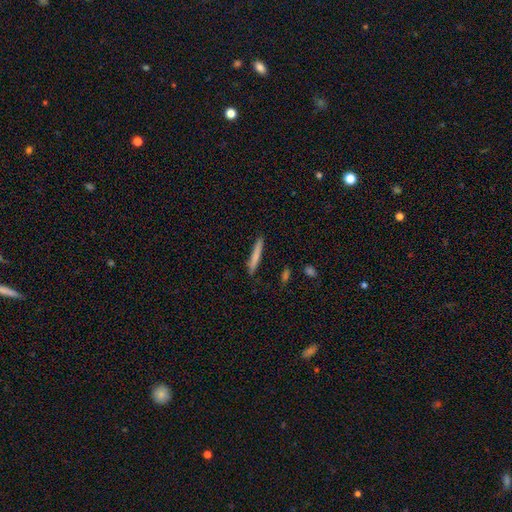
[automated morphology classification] This is likely a smooth galaxy (75%). How rounded: clearly cigar-shaped (96%). Merging: clearly none (90%).